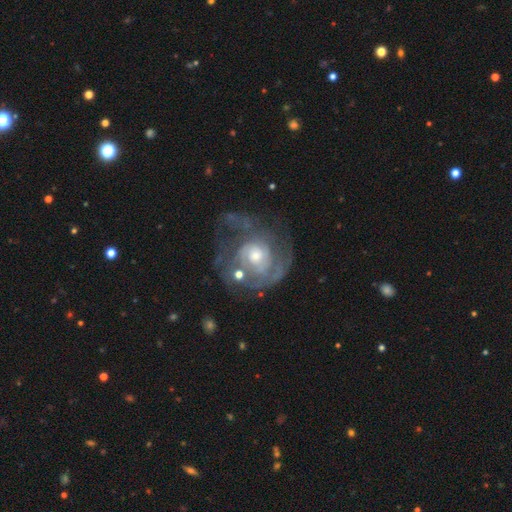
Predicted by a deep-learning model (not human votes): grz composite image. It shows a featured or disk galaxy (80%) with no bar (74%), tight (54%) spiral arms (82%) and a moderate central bulge (56%). Merging: none (49%).